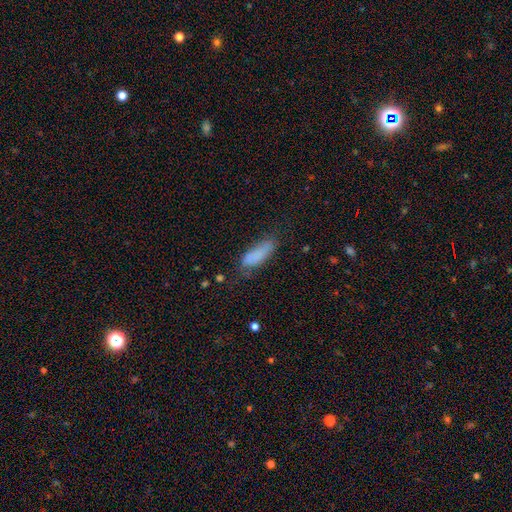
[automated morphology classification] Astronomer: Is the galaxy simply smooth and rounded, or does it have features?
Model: smooth — 83%.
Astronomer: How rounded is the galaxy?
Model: in between — 62%.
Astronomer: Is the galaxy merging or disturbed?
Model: none — 59%.